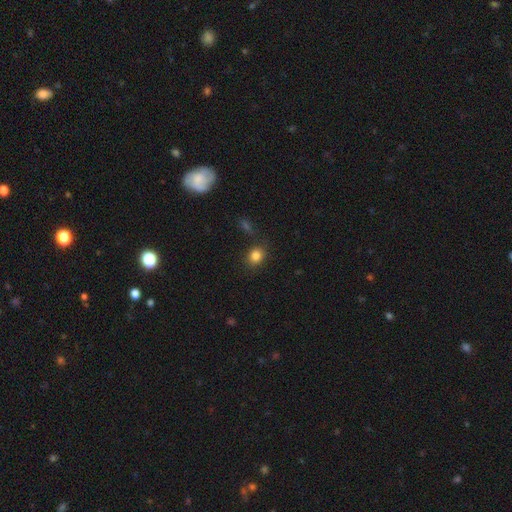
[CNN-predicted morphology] Smooth or featured?
  - smooth: 84% *
  - star or artifact: 11%
  - featured or disk: 6%
How rounded?
  - round: 56% *
  - in between: 43%
  - cigar-shaped: 1%
Merging?
  - none: 82% *
  - minor disturbance: 11%
  - merger: 4%
  - major disturbance: 3%